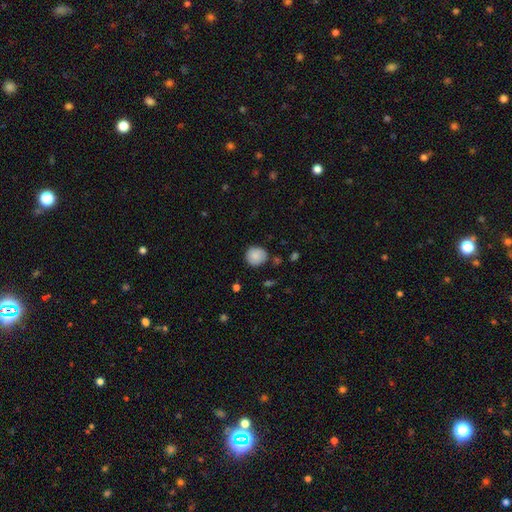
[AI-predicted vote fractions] Smooth or featured? smooth (86%)
How rounded? round (88%)
Merging? none (79%)